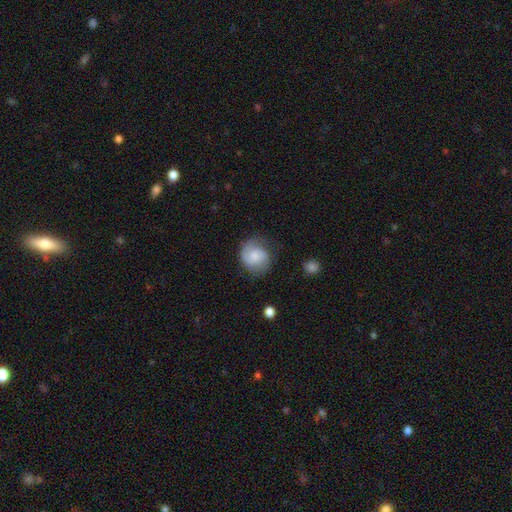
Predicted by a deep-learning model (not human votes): Overall: smooth (56%; featured or disk 36%). How rounded: round (78%). Merging: none (61%; minor disturbance 25%).